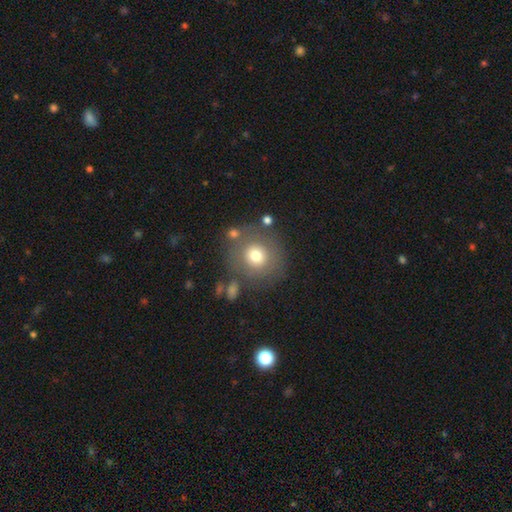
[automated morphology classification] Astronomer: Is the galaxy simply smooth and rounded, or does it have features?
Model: smooth — 69%.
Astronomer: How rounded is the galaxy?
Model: round — 90%.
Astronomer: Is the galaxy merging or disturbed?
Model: none — 75%.